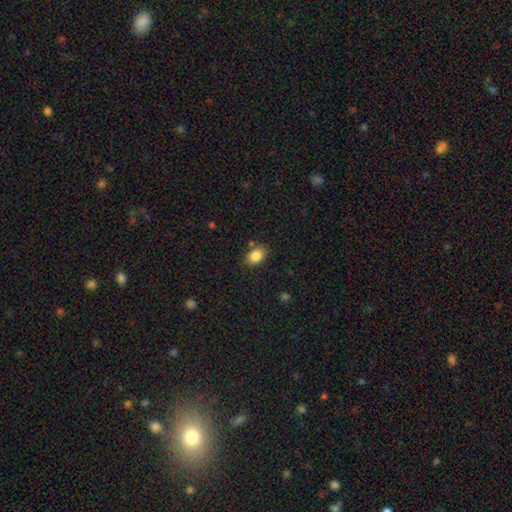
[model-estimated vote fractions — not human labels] The model was most divided on "how rounded": in between: 76%, round: 23%, cigar-shaped: 1%. More confident: smooth or featured — smooth (85%); merging — none (78%).